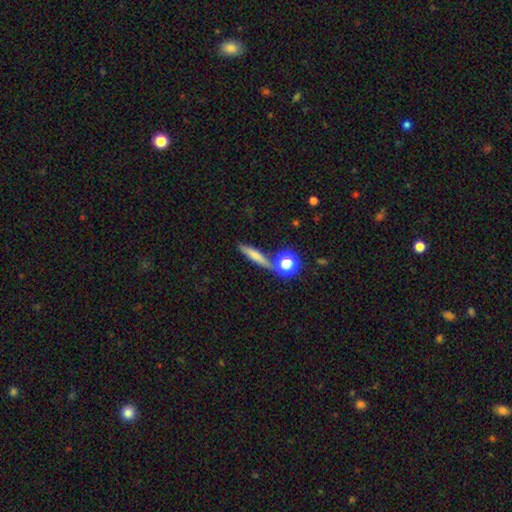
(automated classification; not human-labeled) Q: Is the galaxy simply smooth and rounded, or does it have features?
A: smooth — 65%.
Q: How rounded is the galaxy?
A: cigar-shaped — 74%.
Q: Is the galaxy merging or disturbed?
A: none — 73%.